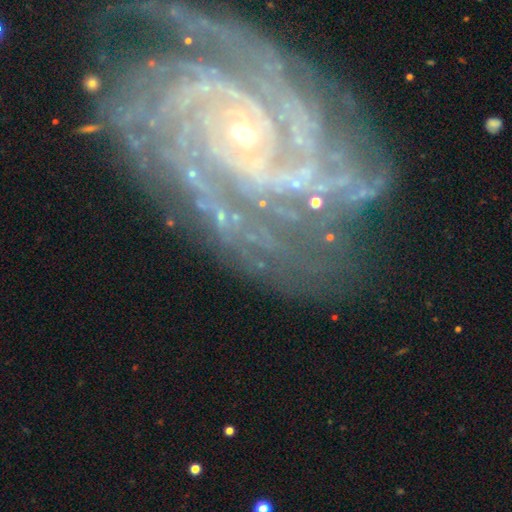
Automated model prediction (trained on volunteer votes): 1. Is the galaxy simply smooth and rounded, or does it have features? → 91% featured or disk, 6% star or artifact, 3% smooth.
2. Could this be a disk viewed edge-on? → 97% no, 3% yes.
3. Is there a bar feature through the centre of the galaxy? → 68% no, 21% weak, 10% strong.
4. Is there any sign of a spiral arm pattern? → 98% yes, 2% no.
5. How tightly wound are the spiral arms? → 76% tight, 21% medium, 4% loose.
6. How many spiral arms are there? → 20% 2, 18% can't tell, 18% 3, 17% 4, 17% more than 4, 9% 1.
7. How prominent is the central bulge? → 71% small, 26% moderate, 1% large, 1% none, 1% dominant.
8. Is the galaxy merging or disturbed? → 73% none, 17% minor disturbance, 8% major disturbance, 2% merger.